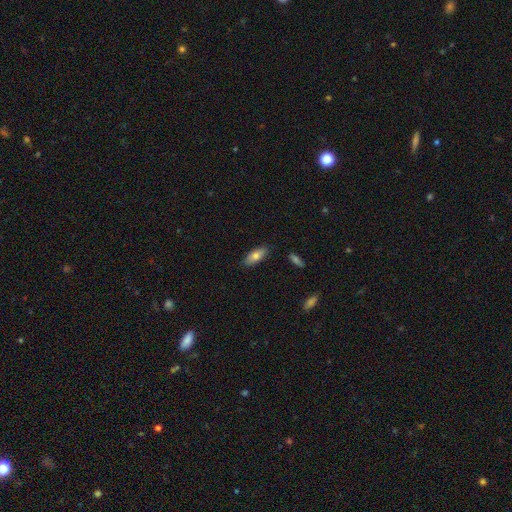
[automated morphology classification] This is likely a smooth galaxy (75%). How rounded: likely in between (79%). Merging: clearly none (86%).